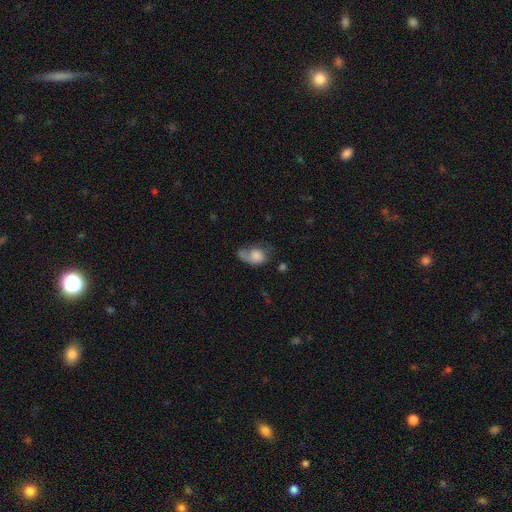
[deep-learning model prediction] Q: Smooth or featured?
A: smooth (65%); runner-up: featured or disk (26%)
Q: How rounded?
A: in between (78%); runner-up: round (20%)
Q: Merging?
A: major disturbance (34%); runner-up: none (29%)